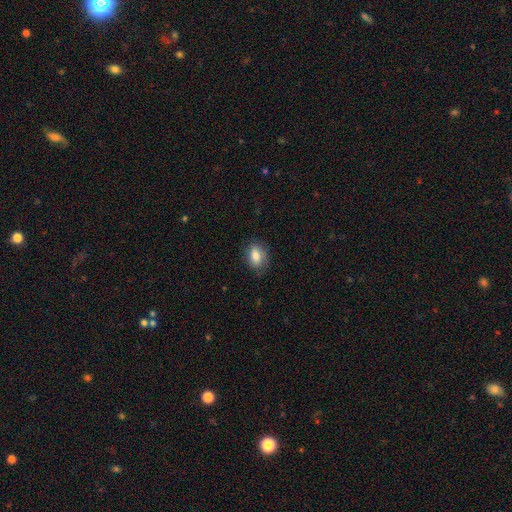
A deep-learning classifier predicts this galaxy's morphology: Smooth or featured? smooth (81%)
How rounded? in between (80%)
Merging? none (79%)